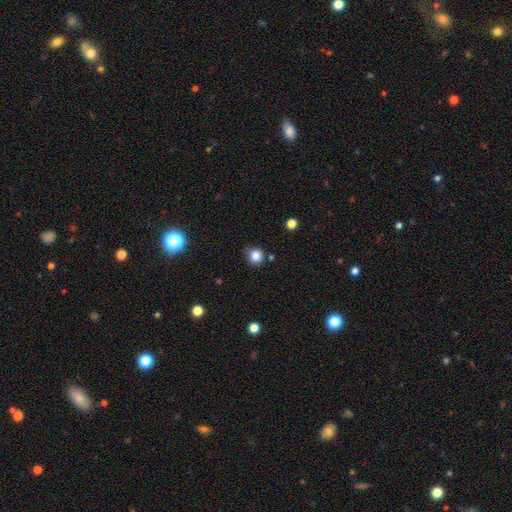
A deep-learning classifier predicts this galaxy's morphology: Q: Smooth or featured?
A: smooth (83%); runner-up: star or artifact (12%)
Q: How rounded?
A: round (90%); runner-up: in between (9%)
Q: Merging?
A: none (78%); runner-up: minor disturbance (14%)